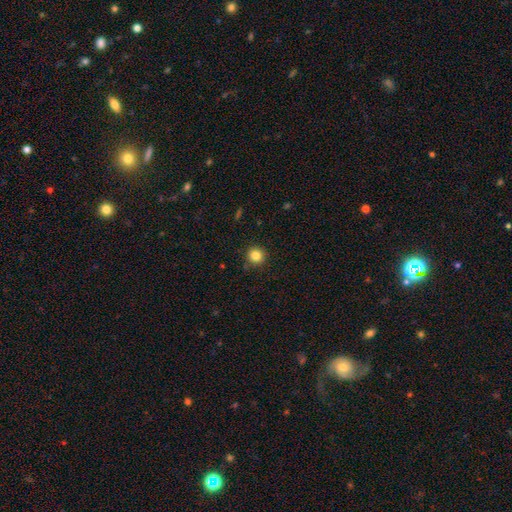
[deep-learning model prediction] smooth-or-featured: smooth: 84% | star or artifact: 11% | featured or disk: 5%
  how-rounded: round: 94% | in between: 5% | cigar-shaped: 1%
  merging: none: 89% | minor disturbance: 7% | major disturbance: 2% | merger: 2%